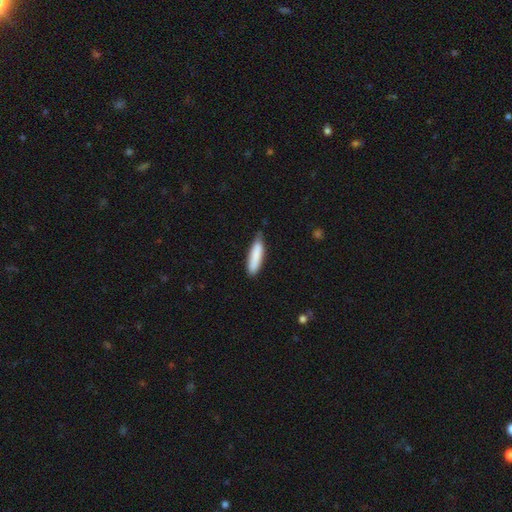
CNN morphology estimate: Smooth or featured? smooth (85%)
How rounded? cigar-shaped (73%)
Merging? none (66%)